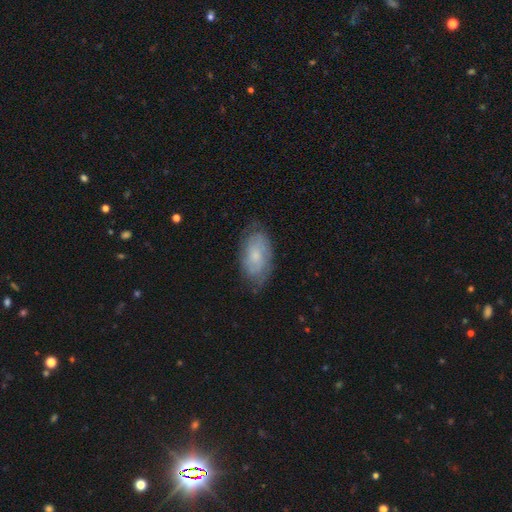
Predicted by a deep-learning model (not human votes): Smooth or featured: featured or disk — 48% (smooth — 45%)
Merging: none — 71% (minor disturbance — 22%)